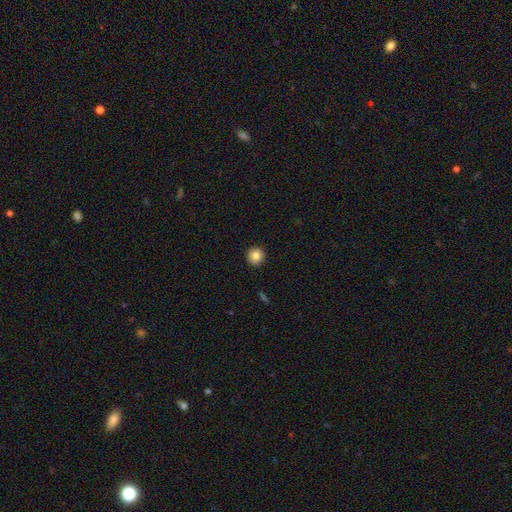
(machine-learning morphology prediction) smooth 82%, star or artifact 10%, featured or disk 8%. Down the decision tree: how rounded — round (94%); merging — none (92%).